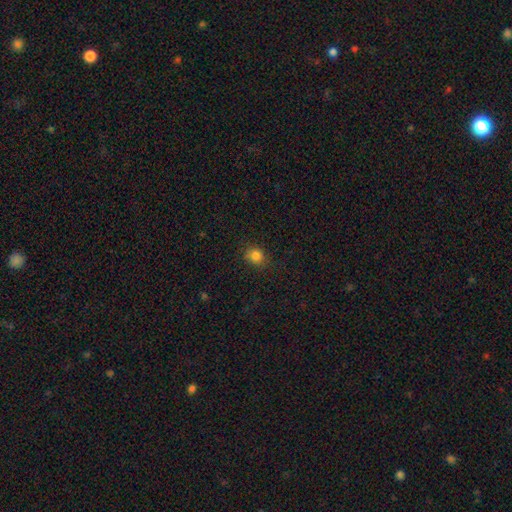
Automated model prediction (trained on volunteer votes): The model was most divided on "how rounded": round: 74%, in between: 25%, cigar-shaped: 1%. More confident: merging — none (85%); smooth or featured — smooth (83%).